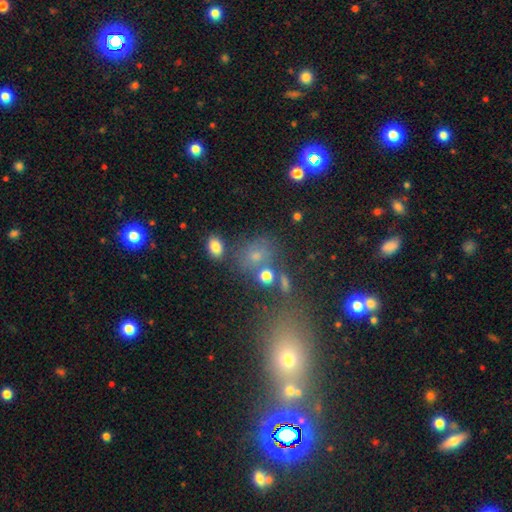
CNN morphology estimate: The model was most divided on "how rounded": round: 57%, in between: 42%, cigar-shaped: 2%. More confident: smooth or featured — smooth (66%); merging — none (56%).